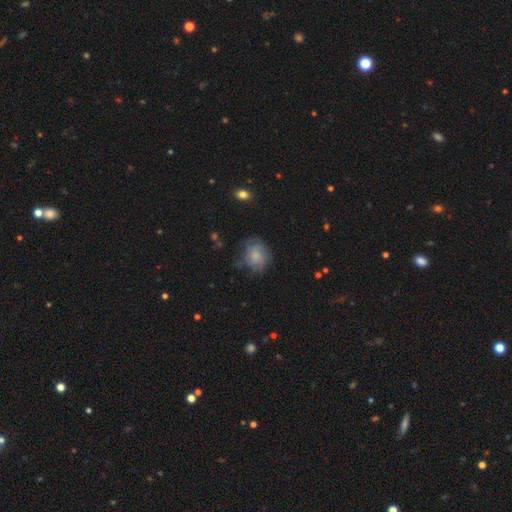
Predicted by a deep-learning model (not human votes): Morphology: type=smooth (64%); roundness=round (57%); merging=none (56%).